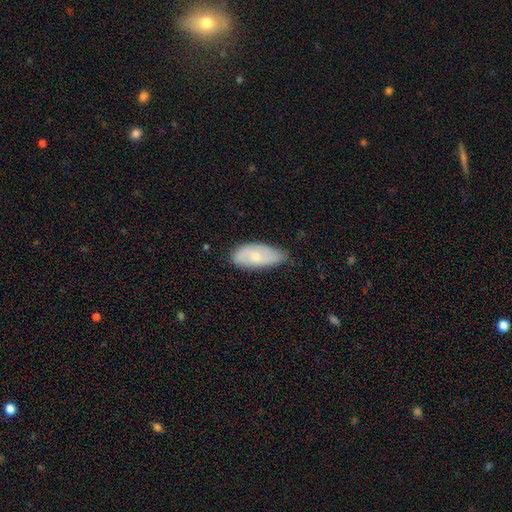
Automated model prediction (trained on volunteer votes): A smooth galaxy with no disk features (53%) that is in between round and cigar-shaped (86%).

Vote fractions:
- Smooth or featured? smooth: 53% / featured or disk: 40% / star or artifact: 6%
- How rounded? in between: 86% / cigar-shaped: 11% / round: 3%
- Merging? none: 65% / minor disturbance: 29% / major disturbance: 5% / merger: 2%